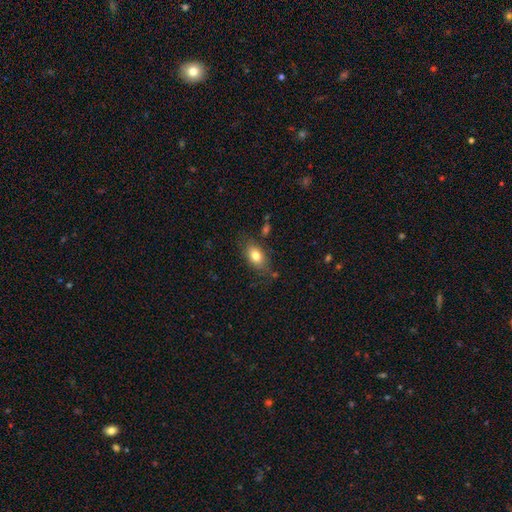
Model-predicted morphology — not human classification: Smooth or featured? Predicted: smooth (p=0.79). How rounded? Predicted: in between (p=0.86). Merging? Predicted: none (p=0.72).